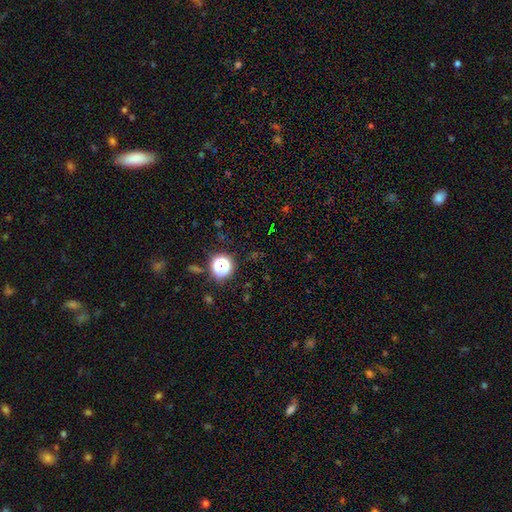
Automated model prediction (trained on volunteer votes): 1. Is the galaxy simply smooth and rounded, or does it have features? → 66% star or artifact, 26% smooth, 7% featured or disk.